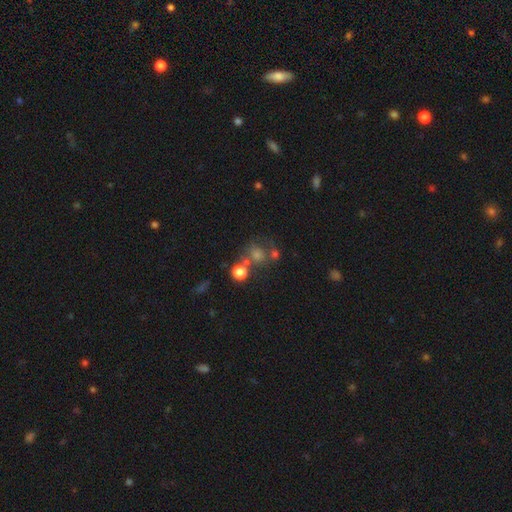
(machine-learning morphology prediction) Smooth or featured: smooth — 58% (star or artifact — 24%)
How rounded: round — 82% (in between — 17%)
Merging: none — 52% (merger — 24%)